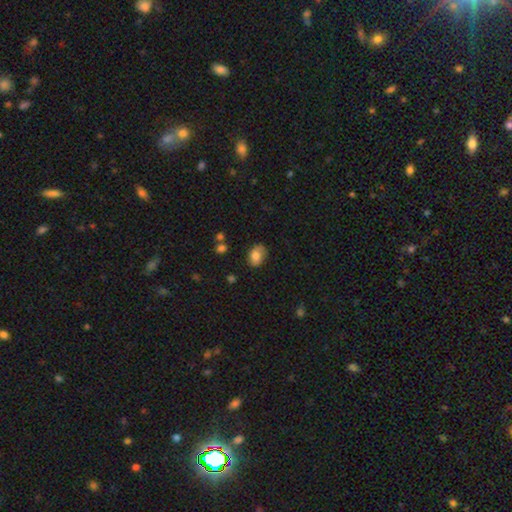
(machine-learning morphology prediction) Smooth or featured: smooth — 76% (featured or disk — 15%)
How rounded: in between — 73% (round — 26%)
Merging: none — 67% (minor disturbance — 24%)